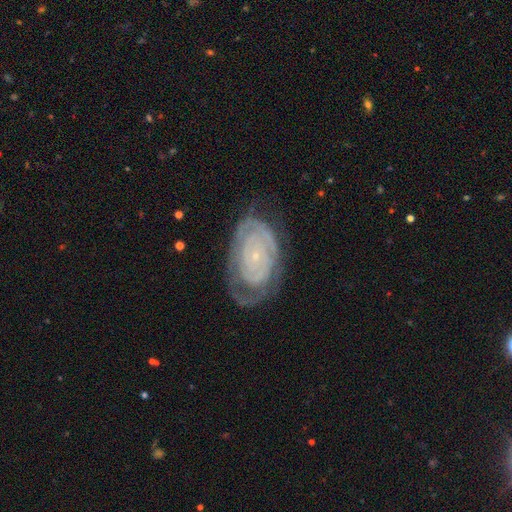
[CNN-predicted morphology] Overall: featured or disk (81%). Edge-on disk: no (96%). Bar: no (80%). Spiral arms: yes (88%). Spiral arm count: can't tell (47%; 2 24%). Spiral winding: tight (80%). Bulge size: small (87%). Merging: none (65%).